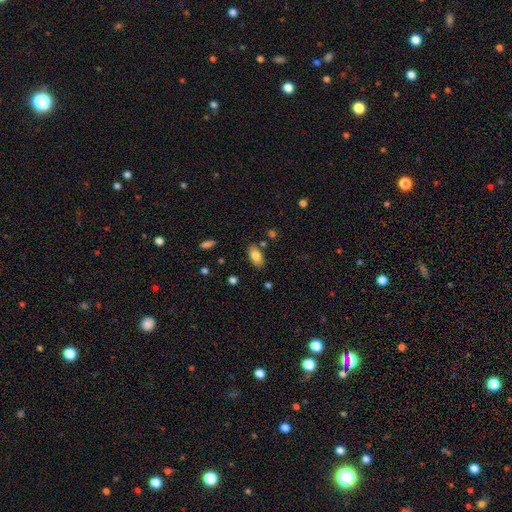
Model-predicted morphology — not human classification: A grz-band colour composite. It shows a smooth galaxy with no disk features (79%) that is in between round and cigar-shaped (90%). Merging: none (81%).